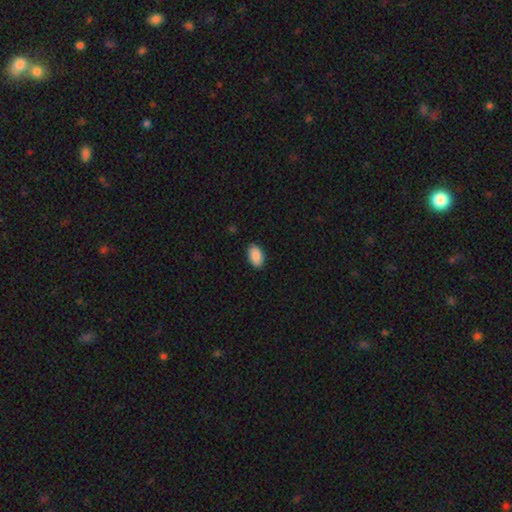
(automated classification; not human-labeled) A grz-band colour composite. It shows a smooth galaxy with no disk features (90%) that is in between round and cigar-shaped (94%). Merging: none (88%).